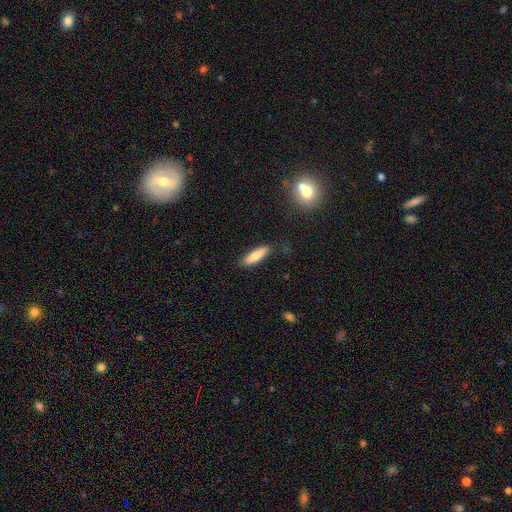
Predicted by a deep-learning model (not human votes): Smooth or featured? smooth (78%)
How rounded? cigar-shaped (65%)
Merging? none (85%)